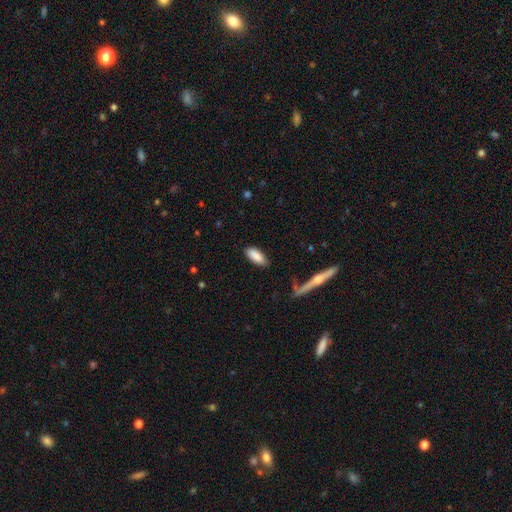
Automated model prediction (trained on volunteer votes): The model was most divided on "how rounded": in between: 79%, cigar-shaped: 19%, round: 2%. More confident: smooth or featured — smooth (86%); merging — none (83%).